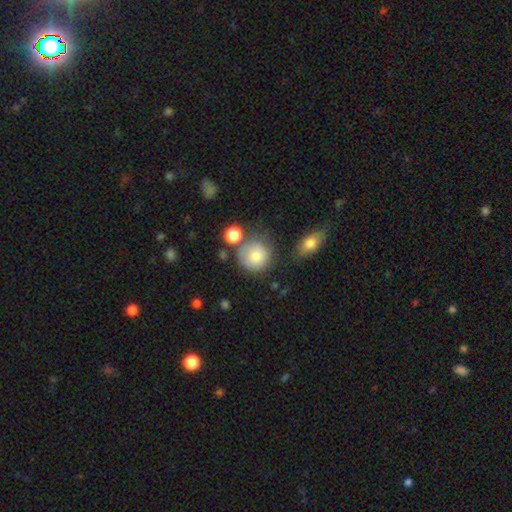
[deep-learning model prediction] Smooth or featured? smooth (80%)
How rounded? round (87%)
Merging? none (58%)